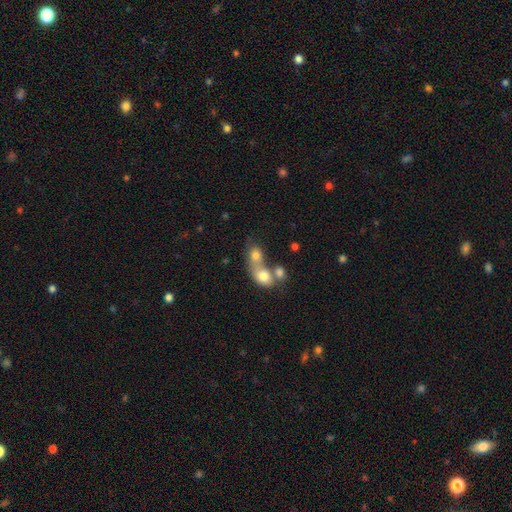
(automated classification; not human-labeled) smooth-or-featured: smooth: 74% | featured or disk: 16% | star or artifact: 11%
  how-rounded: in between: 50% | round: 47% | cigar-shaped: 2%
  merging: merger: 69% | none: 19% | minor disturbance: 6% | major disturbance: 6%